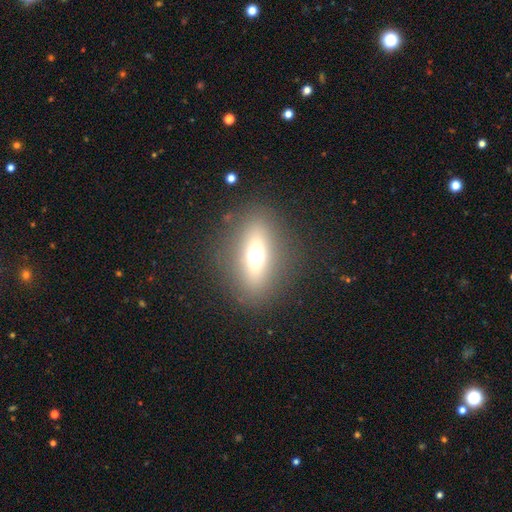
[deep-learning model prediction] smooth 51%, featured or disk 31%, star or artifact 17%. Down the decision tree: how rounded — in between (61%); merging — none (86%).